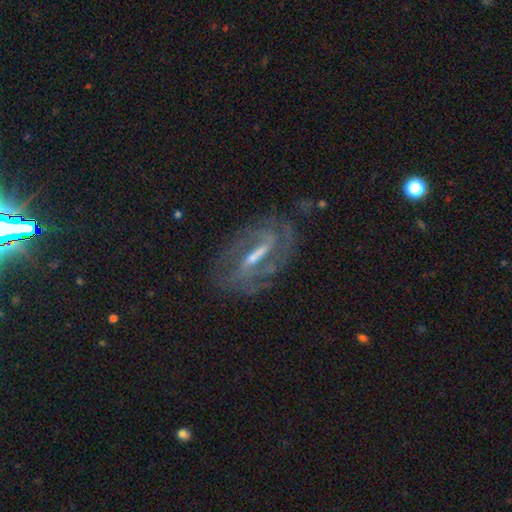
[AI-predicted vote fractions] featured or disk 76%, star or artifact 14%, smooth 10%. Down the decision tree: edge-on disk — no (86%); bar — strong (56%); spiral arms — yes (88%); spiral arm count — 2 (62%); spiral winding — tight (44%); bulge size — small (45%); merging — none (75%).